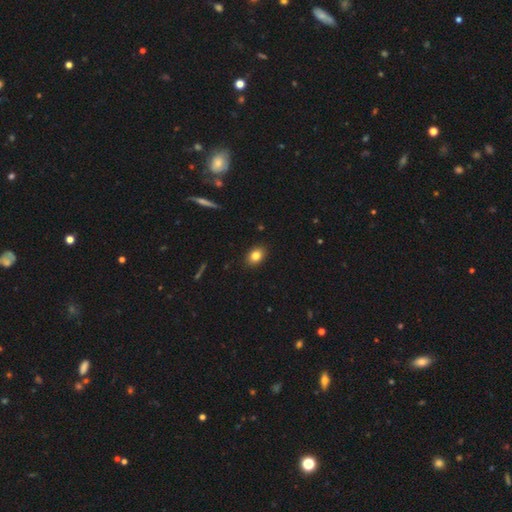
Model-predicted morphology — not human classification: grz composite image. It shows a smooth galaxy with no disk features (82%) that is in between round and cigar-shaped (67%). Merging: none (90%).